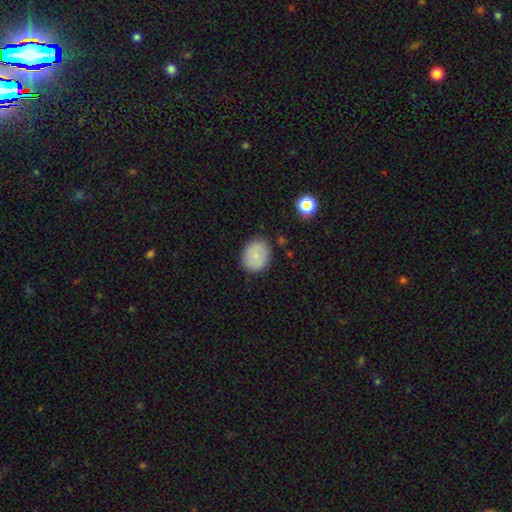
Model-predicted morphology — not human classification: Smooth or featured: smooth — 80% (featured or disk — 12%)
How rounded: round — 56% (in between — 43%)
Merging: none — 83% (minor disturbance — 12%)